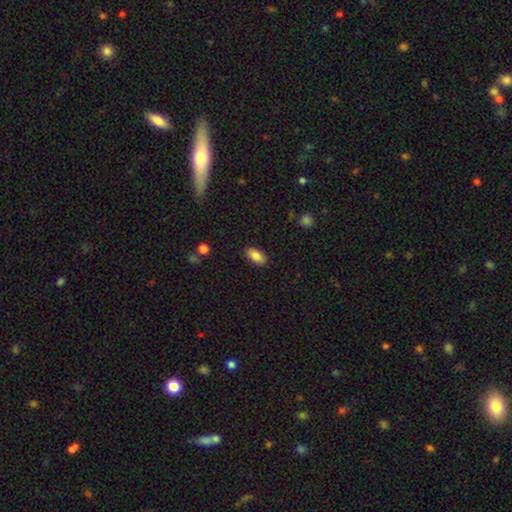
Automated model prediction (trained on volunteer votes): Smooth or featured: smooth — 85% (star or artifact — 7%)
How rounded: in between — 93% (cigar-shaped — 4%)
Merging: none — 88% (minor disturbance — 9%)